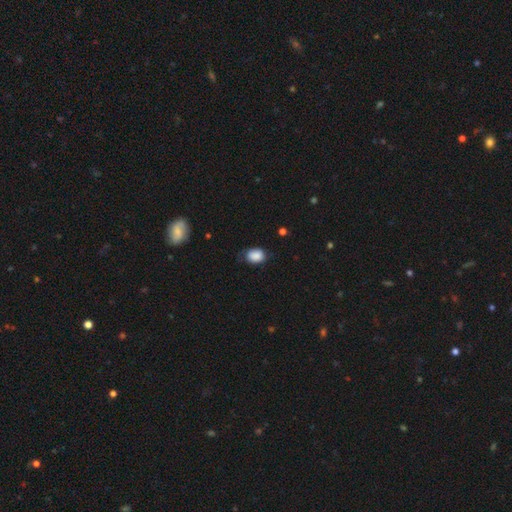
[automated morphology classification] smooth 86%, star or artifact 8%, featured or disk 5%. Down the decision tree: how rounded — in between (70%); merging — none (63%).